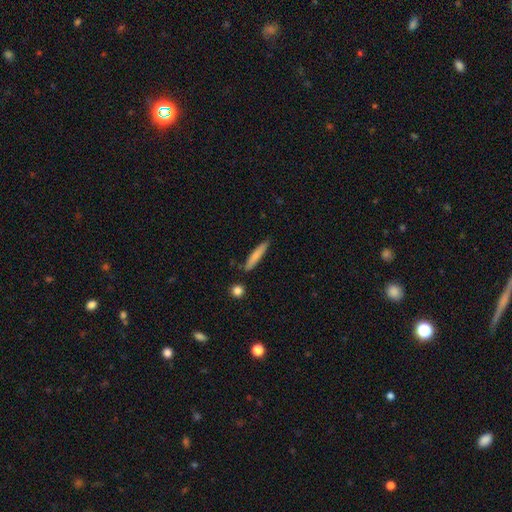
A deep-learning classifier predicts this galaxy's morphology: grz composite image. It shows a smooth galaxy with no disk features (75%) that is cigar-shaped (90%). Merging: none (84%).